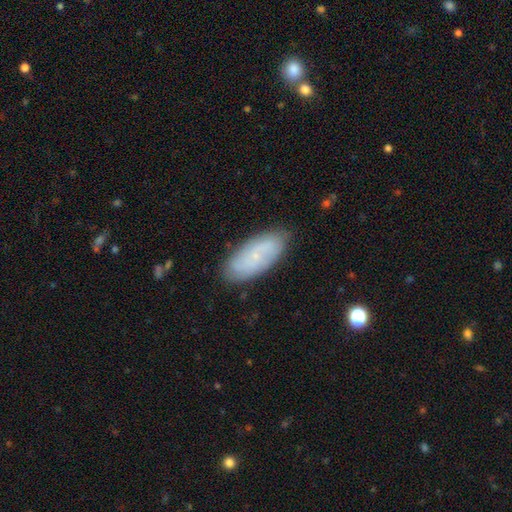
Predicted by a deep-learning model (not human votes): Smooth or featured? featured or disk (48%)
Merging? none (82%)